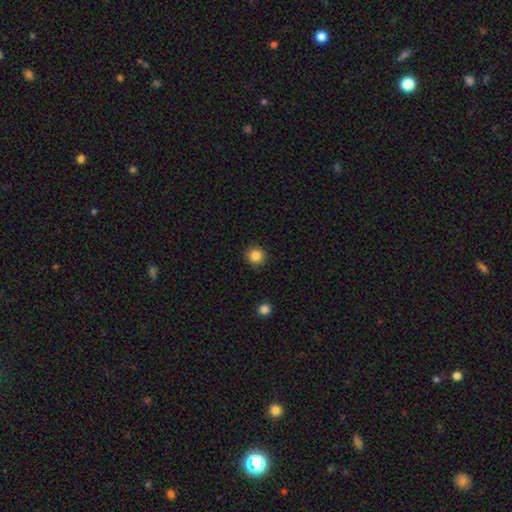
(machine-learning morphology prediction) smooth-or-featured: smooth: 85% | star or artifact: 11% | featured or disk: 5%
  how-rounded: round: 92% | in between: 7% | cigar-shaped: 1%
  merging: none: 91% | minor disturbance: 6% | major disturbance: 2% | merger: 1%